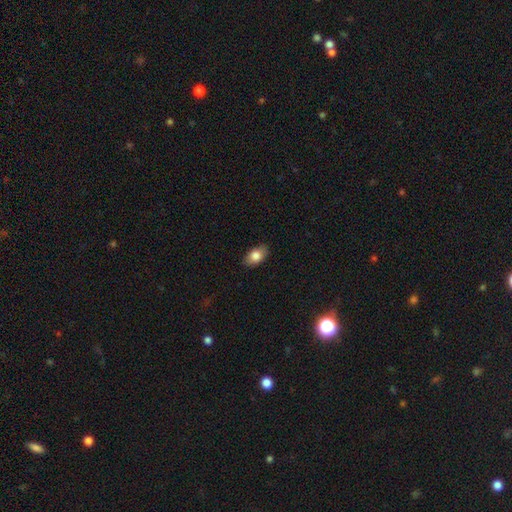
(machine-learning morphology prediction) A smooth galaxy with no disk features (81%) that is in between round and cigar-shaped (90%). Merging: none (86%).